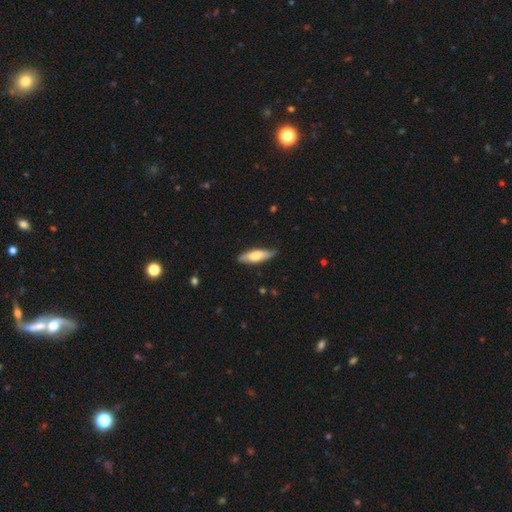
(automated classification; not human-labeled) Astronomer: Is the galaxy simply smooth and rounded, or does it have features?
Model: smooth — 65%.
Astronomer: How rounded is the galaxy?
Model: cigar-shaped — 54% (runner-up: in between, 44%).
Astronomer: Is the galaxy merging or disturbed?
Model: none — 81%.